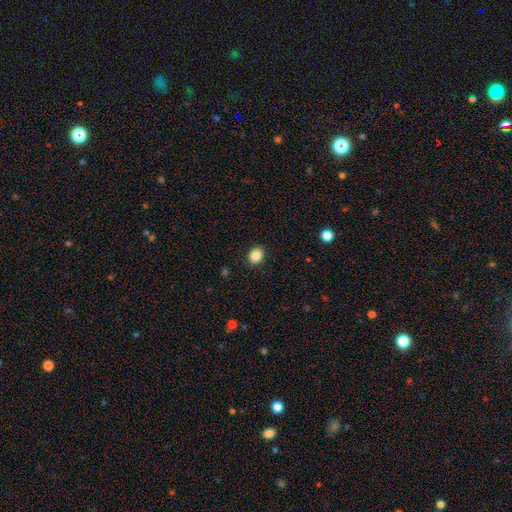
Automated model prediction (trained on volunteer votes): A smooth galaxy with no disk features (86%) that is round (63%).

Vote fractions:
- Smooth or featured? smooth: 86% / star or artifact: 10% / featured or disk: 5%
- How rounded? round: 63% / in between: 36% / cigar-shaped: 1%
- Merging? none: 90% / minor disturbance: 7% / major disturbance: 2% / merger: 1%